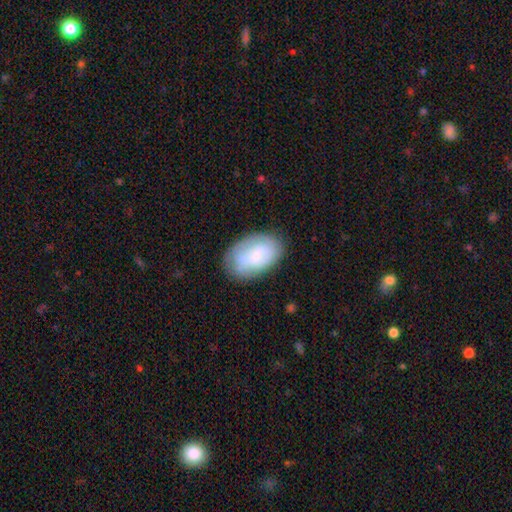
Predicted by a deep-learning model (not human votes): This appears to be a smooth galaxy with no disk features (62%) that is in between round and cigar-shaped (90%). Merging: none (70%).